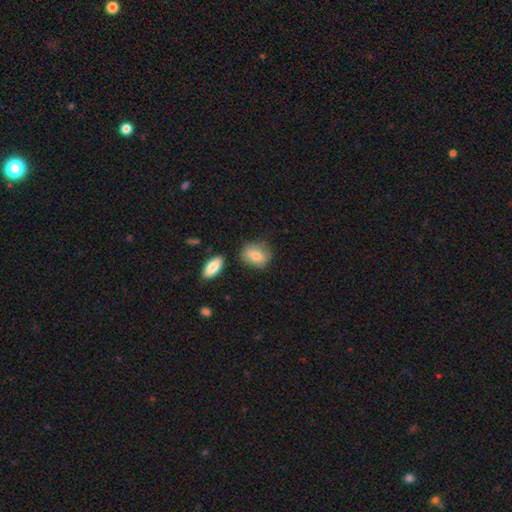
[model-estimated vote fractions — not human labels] Overall: smooth (77%). How rounded: in between (62%; round 35%). Merging: none (69%).